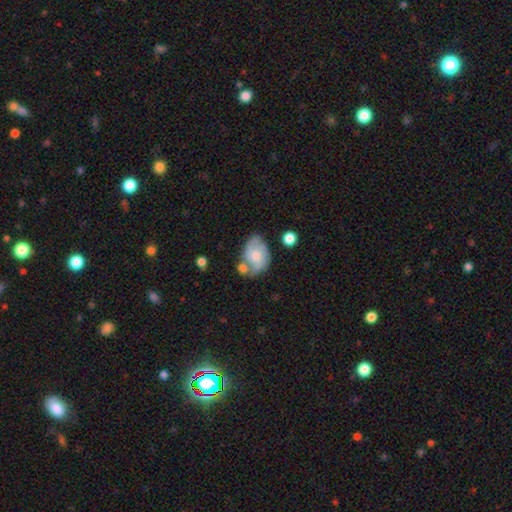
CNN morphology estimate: This appears to be a featured or disk galaxy (51%). Merging: none (44%).